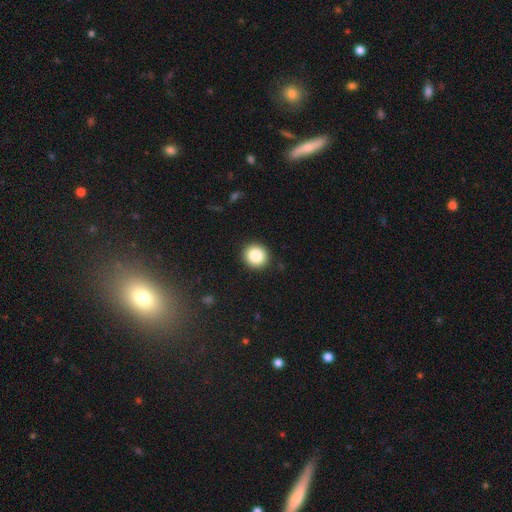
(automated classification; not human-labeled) A smooth galaxy with no disk features (86%) that is round (91%). Merging: none (92%).